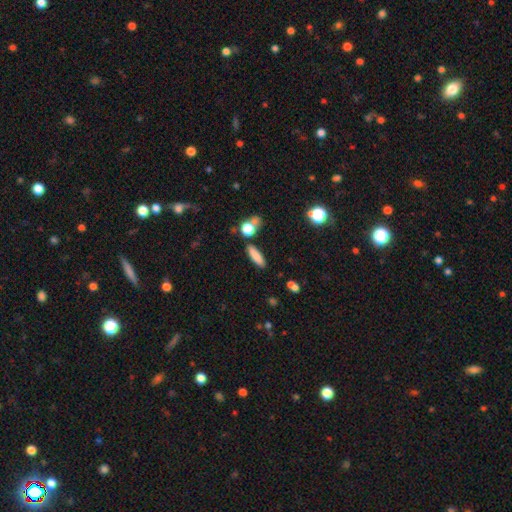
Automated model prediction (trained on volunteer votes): This is clearly a smooth galaxy (82%). How rounded: possibly cigar-shaped (55%). Merging: clearly none (81%).